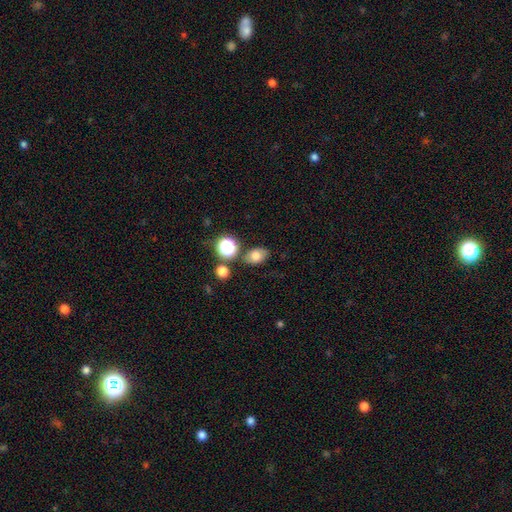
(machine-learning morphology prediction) Smooth or featured? Predicted: smooth (p=0.72). How rounded? Predicted: in between (p=0.77). Merging? Predicted: none (p=0.72).